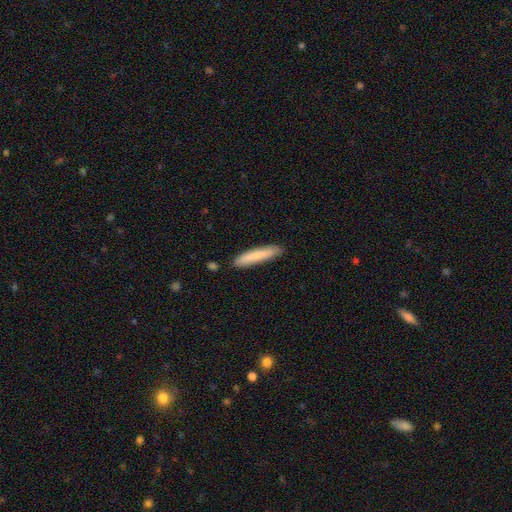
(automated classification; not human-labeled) smooth-or-featured: smooth: 80% | featured or disk: 14% | star or artifact: 6%
  how-rounded: cigar-shaped: 92% | in between: 7% | round: 1%
  merging: none: 87% | minor disturbance: 9% | merger: 2% | major disturbance: 2%